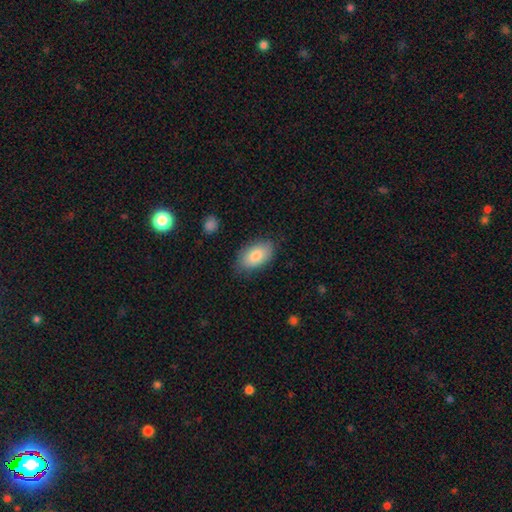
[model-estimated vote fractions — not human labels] This is clearly a smooth galaxy (83%). How rounded: clearly in between (94%). Merging: clearly none (80%).